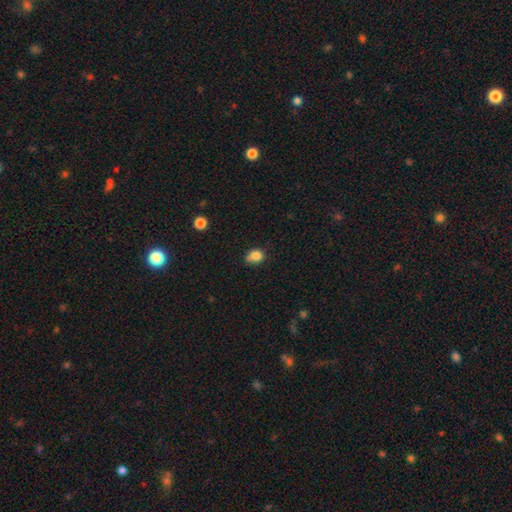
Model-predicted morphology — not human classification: The model was most divided on "how rounded": round: 56%, in between: 42%, cigar-shaped: 1%. More confident: smooth or featured — smooth (83%); merging — none (56%).